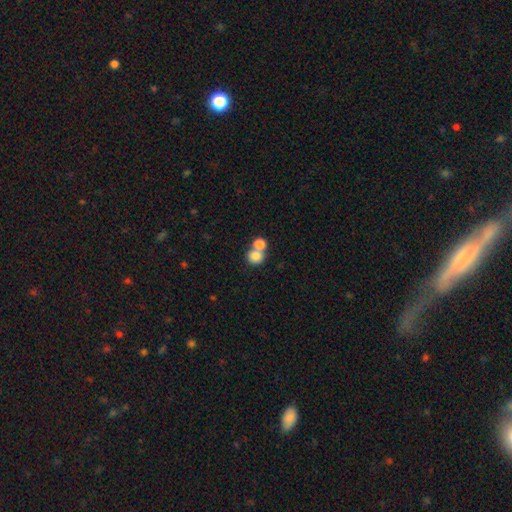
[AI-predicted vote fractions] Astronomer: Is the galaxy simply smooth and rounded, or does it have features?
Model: smooth — 80%.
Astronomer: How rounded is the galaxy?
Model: round — 80%.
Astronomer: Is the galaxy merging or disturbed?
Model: merger — 51% (runner-up: none, 39%).